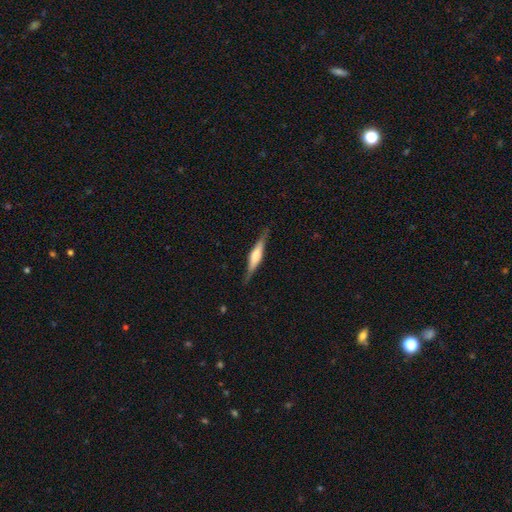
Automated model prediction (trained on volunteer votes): smooth_or_featured: featured or disk (p=0.63) [alt: smooth p=0.32]
disk_edge_on: yes (p=0.97) [alt: no p=0.03]
edge_on_bulge: rounded (p=0.66) [alt: boxy p=0.27]
merging: none (p=0.86) [alt: minor disturbance p=0.10]